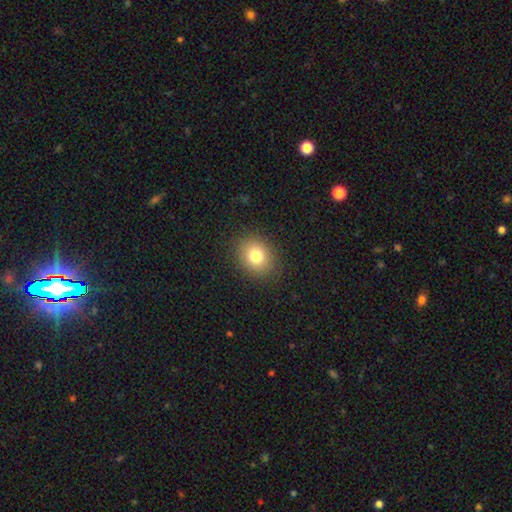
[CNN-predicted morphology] A smooth galaxy with no disk features (79%) that is round (63%). Merging: none (88%).